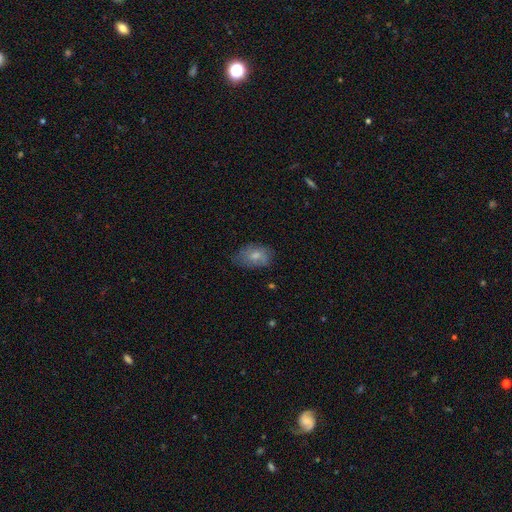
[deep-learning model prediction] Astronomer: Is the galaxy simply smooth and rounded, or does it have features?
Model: smooth — 74%.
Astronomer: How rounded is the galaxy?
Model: in between — 86%.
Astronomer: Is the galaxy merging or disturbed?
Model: none — 55% (runner-up: minor disturbance, 32%).